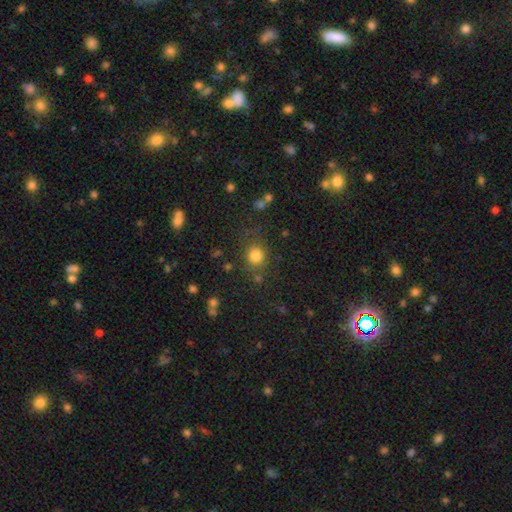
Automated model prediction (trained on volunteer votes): Smooth or featured: smooth — 80% (star or artifact — 14%)
How rounded: round — 81% (in between — 18%)
Merging: none — 78% (minor disturbance — 12%)